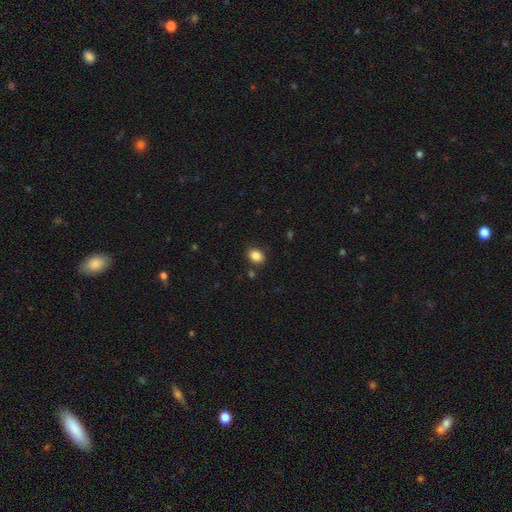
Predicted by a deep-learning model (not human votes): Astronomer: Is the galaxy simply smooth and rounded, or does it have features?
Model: smooth — 86%.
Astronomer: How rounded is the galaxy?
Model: in between — 61% (runner-up: round, 38%).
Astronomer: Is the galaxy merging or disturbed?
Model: none — 84%.